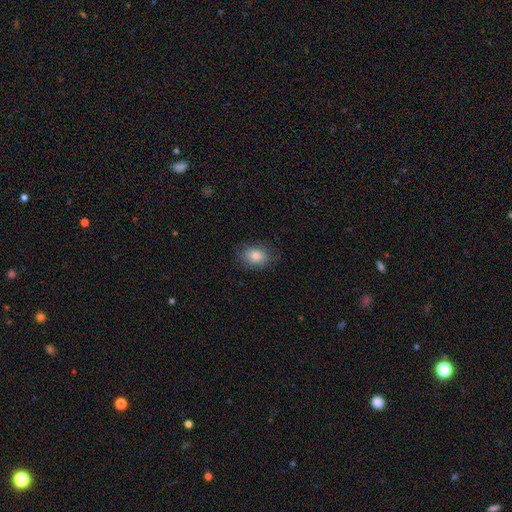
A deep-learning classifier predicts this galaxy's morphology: type=smooth (83%); roundness=in between (69%); merging=none (82%).